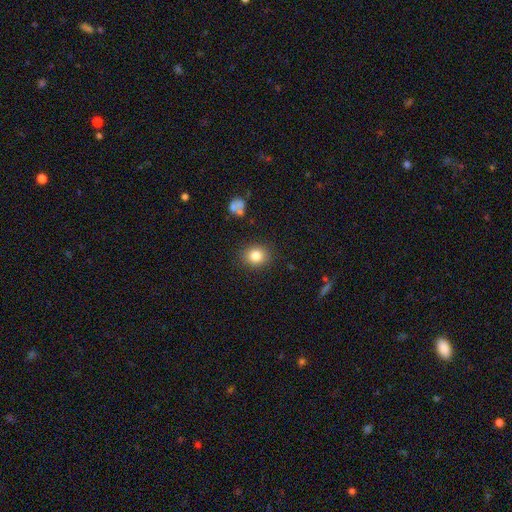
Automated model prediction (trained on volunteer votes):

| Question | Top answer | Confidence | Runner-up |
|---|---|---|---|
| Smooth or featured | smooth | 83% | star or artifact (10%) |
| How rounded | round | 71% | in between (28%) |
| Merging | none | 87% | minor disturbance (8%) |